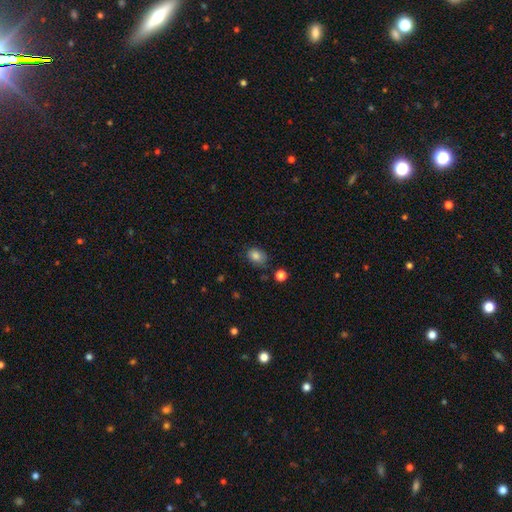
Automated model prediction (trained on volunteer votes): Smooth or featured?
  - smooth: 84% *
  - star or artifact: 9%
  - featured or disk: 7%
How rounded?
  - in between: 72% *
  - round: 27%
  - cigar-shaped: 1%
Merging?
  - none: 75% *
  - minor disturbance: 19%
  - major disturbance: 4%
  - merger: 3%